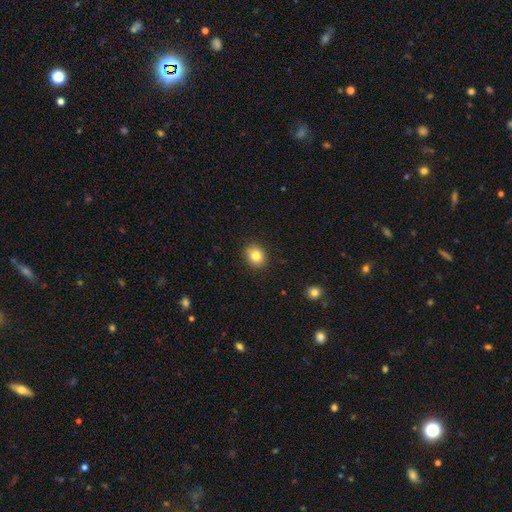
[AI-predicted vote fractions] This appears to be a smooth galaxy with no disk features (83%) that is round (66%). Merging: none (88%).